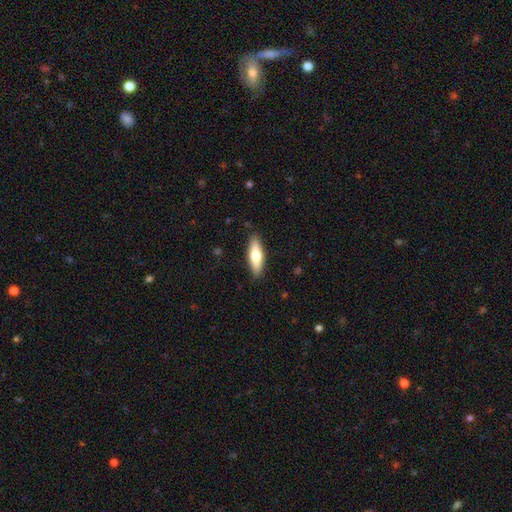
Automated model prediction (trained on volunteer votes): smooth-or-featured: smooth: 64% | featured or disk: 31% | star or artifact: 6%
  how-rounded: cigar-shaped: 53% | in between: 45% | round: 2%
  merging: none: 88% | minor disturbance: 9% | major disturbance: 2% | merger: 1%